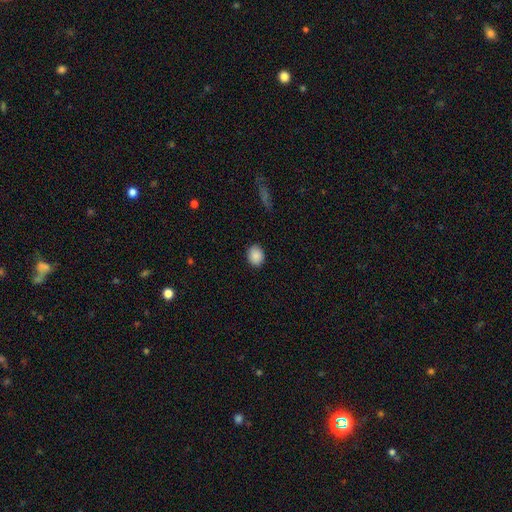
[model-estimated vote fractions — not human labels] smooth-or-featured: smooth: 89% | star or artifact: 8% | featured or disk: 3%
  how-rounded: round: 53% | in between: 46% | cigar-shaped: 1%
  merging: none: 89% | minor disturbance: 8% | major disturbance: 2% | merger: 1%